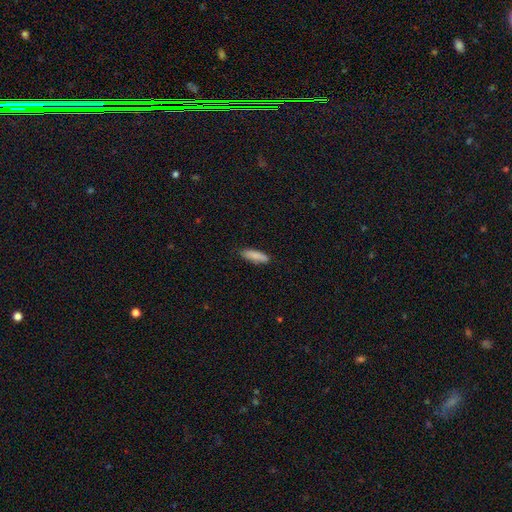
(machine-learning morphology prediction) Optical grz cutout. It shows a smooth galaxy with no disk features (87%) that is cigar-shaped (58%). Merging: none (83%).